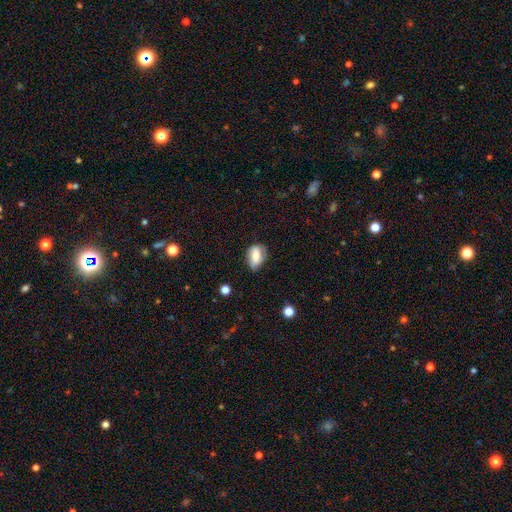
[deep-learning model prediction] This appears to be a smooth galaxy with no disk features (69%) that is in between round and cigar-shaped (80%). Merging: none (58%).